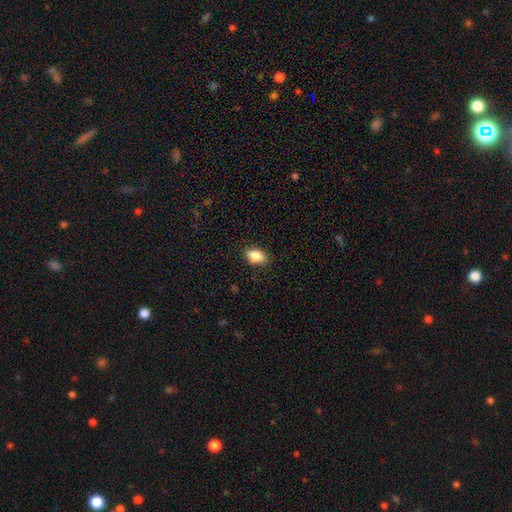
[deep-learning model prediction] Morphology: type=smooth (86%); roundness=in between (86%); merging=none (83%).